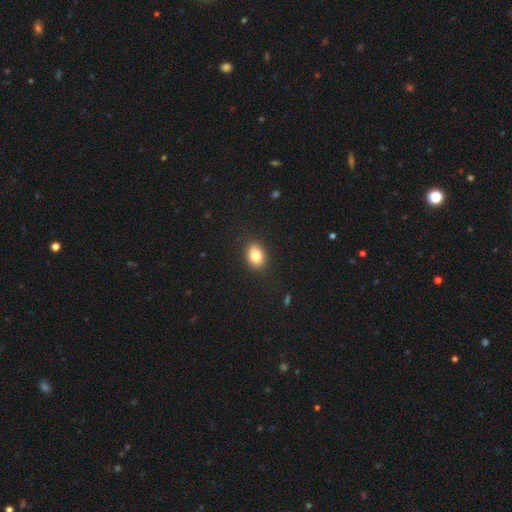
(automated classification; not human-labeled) Morphology: type=smooth (83%); roundness=in between (72%); merging=none (88%).